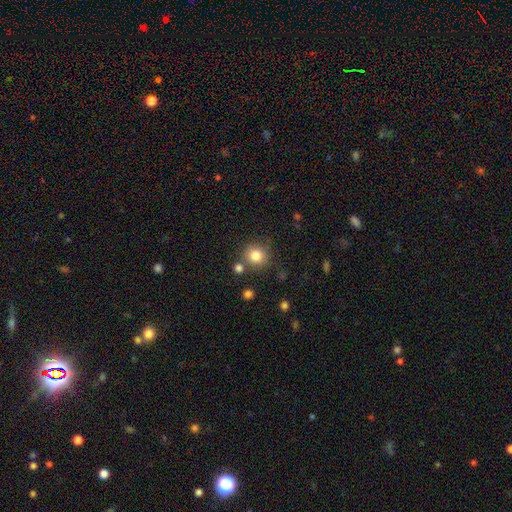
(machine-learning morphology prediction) Overall: smooth (82%). How rounded: round (90%). Merging: none (78%).